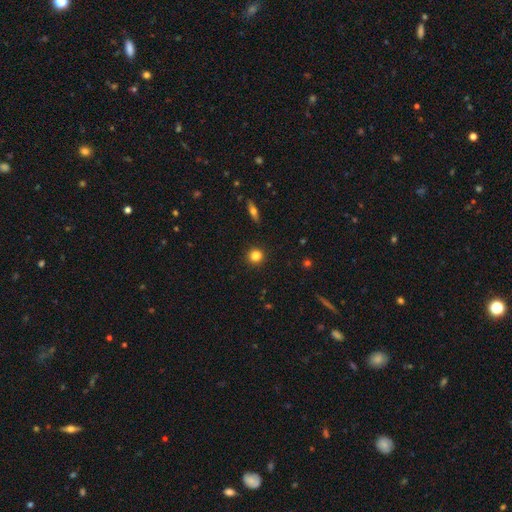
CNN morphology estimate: Smooth or featured?
  - smooth: 82% *
  - star or artifact: 11%
  - featured or disk: 7%
How rounded?
  - round: 93% *
  - in between: 5%
  - cigar-shaped: 1%
Merging?
  - none: 92% *
  - minor disturbance: 5%
  - major disturbance: 2%
  - merger: 1%